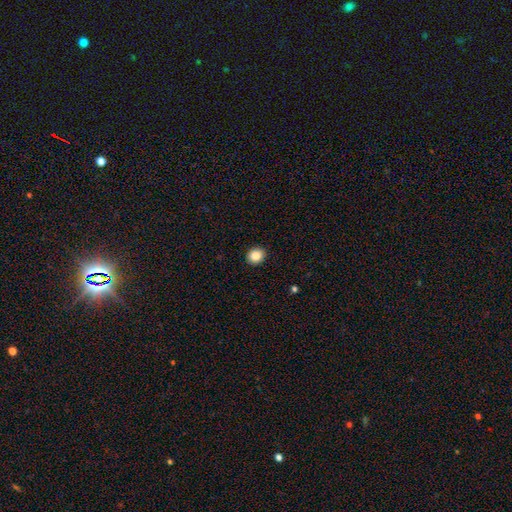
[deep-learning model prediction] This is clearly a smooth galaxy (86%). How rounded: likely round (73%). Merging: clearly none (92%).